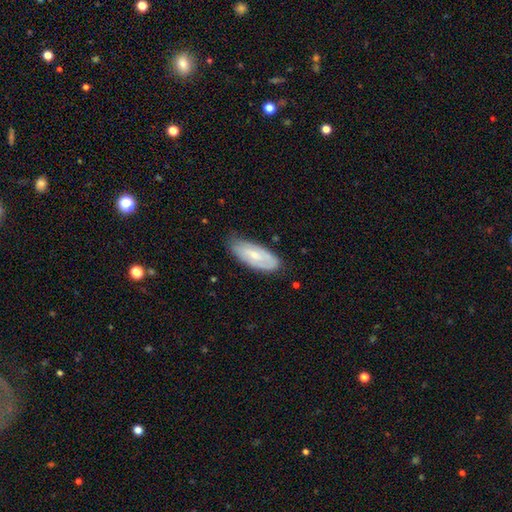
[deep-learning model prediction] Overall: smooth (49%; featured or disk 45%). Merging: none (69%).